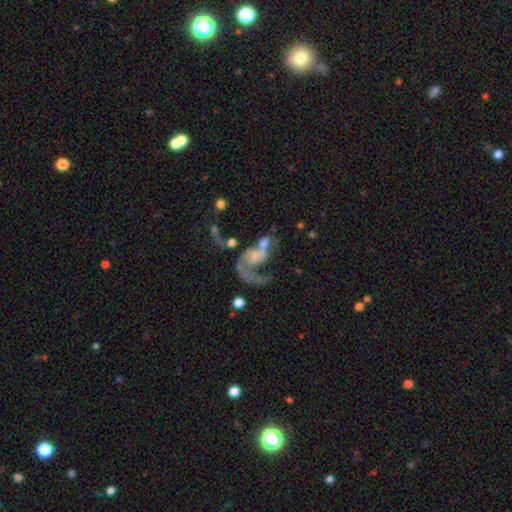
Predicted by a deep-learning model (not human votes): smooth-or-featured: featured or disk: 70% | smooth: 20% | star or artifact: 10%
  disk-edge-on: no: 98% | yes: 2%
    bar: no: 75% | weak: 19% | strong: 5%
    has-spiral-arms: yes: 69% | no: 31%
    bulge-size: none: 43% | small: 32% | moderate: 17% | large: 5% | dominant: 2%
  merging: merger: 39% | major disturbance: 35% | none: 17% | minor disturbance: 9%